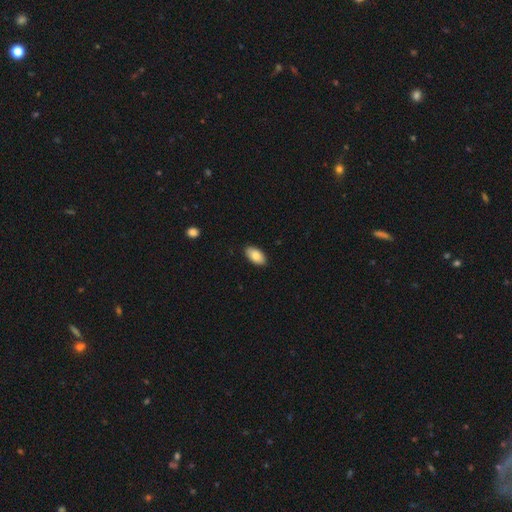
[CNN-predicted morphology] type=smooth (85%); roundness=in between (95%); merging=none (88%).